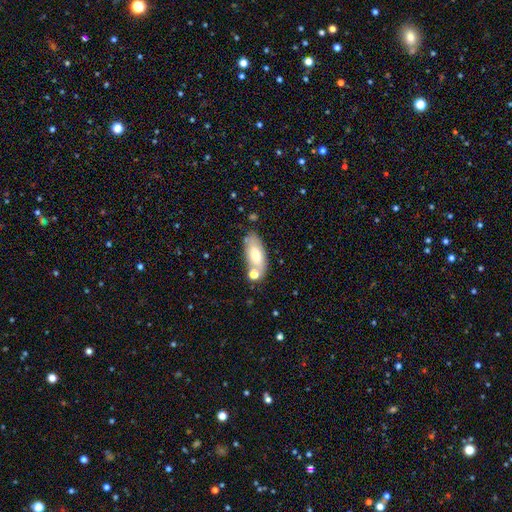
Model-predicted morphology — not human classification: A smooth galaxy with no disk features (69%) that is in between round and cigar-shaped (84%).

Vote fractions:
- Smooth or featured? smooth: 69% / featured or disk: 23% / star or artifact: 7%
- How rounded? in between: 84% / cigar-shaped: 13% / round: 3%
- Merging? none: 65% / minor disturbance: 16% / merger: 14% / major disturbance: 5%